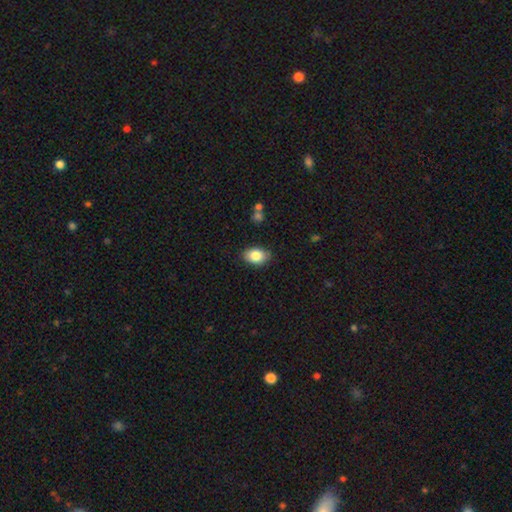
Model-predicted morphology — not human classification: smooth_or_featured: smooth (p=0.84) [alt: featured or disk p=0.09]
how_rounded: in between (p=0.85) [alt: round p=0.13]
merging: none (p=0.85) [alt: minor disturbance p=0.12]